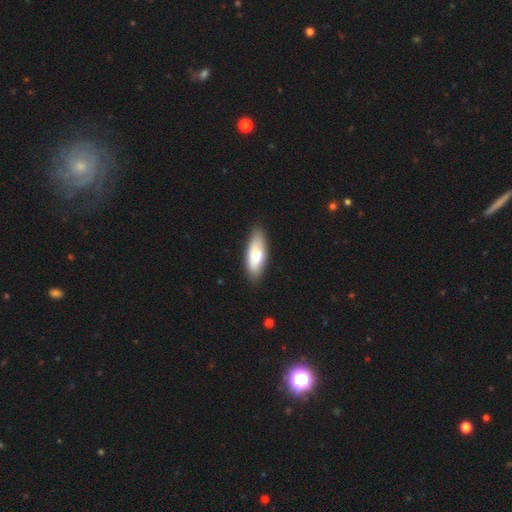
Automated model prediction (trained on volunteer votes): Smooth or featured: smooth — 75% (featured or disk — 19%)
How rounded: in between — 69% (cigar-shaped — 29%)
Merging: none — 77% (minor disturbance — 17%)